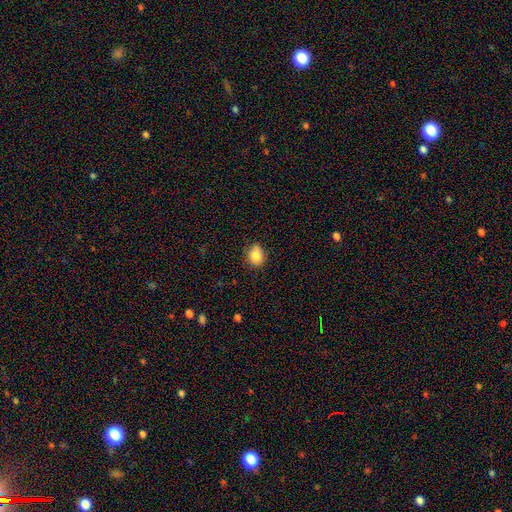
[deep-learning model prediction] smooth_or_featured: smooth (p=0.83) [alt: star or artifact p=0.10]
how_rounded: round (p=0.57) [alt: in between p=0.42]
merging: none (p=0.77) [alt: minor disturbance p=0.18]